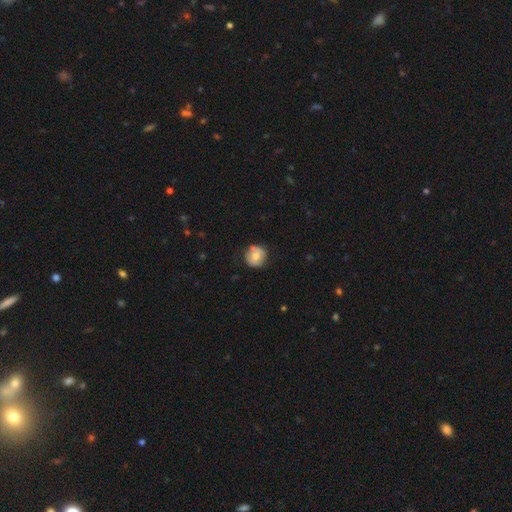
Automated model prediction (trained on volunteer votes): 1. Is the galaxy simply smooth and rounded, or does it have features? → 66% smooth, 27% featured or disk, 8% star or artifact.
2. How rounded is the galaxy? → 91% round, 8% in between, 1% cigar-shaped.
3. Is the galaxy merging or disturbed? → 77% none, 17% minor disturbance, 3% major disturbance, 2% merger.